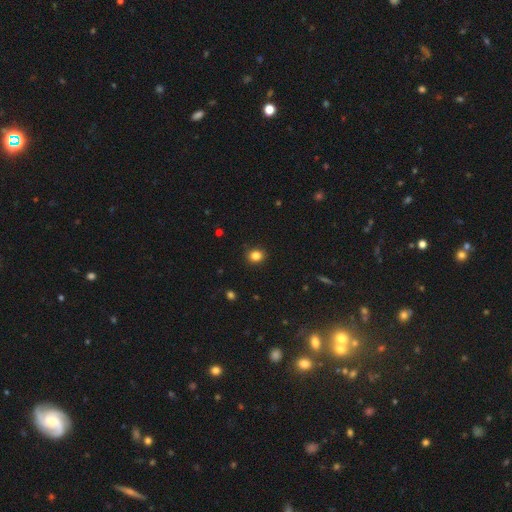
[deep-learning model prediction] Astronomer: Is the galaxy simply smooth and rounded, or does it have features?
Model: smooth — 84%.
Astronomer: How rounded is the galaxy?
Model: round — 80%.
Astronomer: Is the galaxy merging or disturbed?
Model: none — 90%.